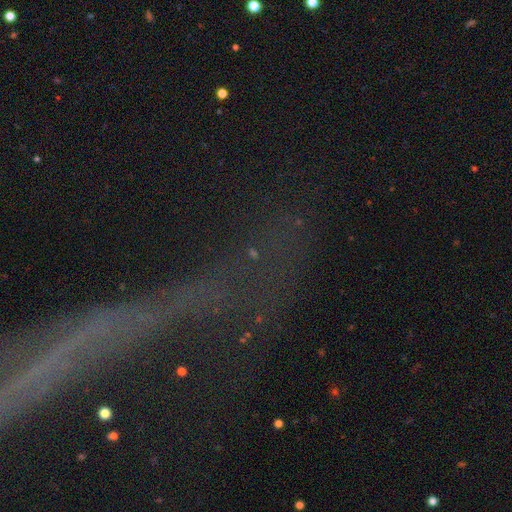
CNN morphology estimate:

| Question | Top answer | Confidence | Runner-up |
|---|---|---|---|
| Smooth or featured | star or artifact | 55% | featured or disk (24%) |